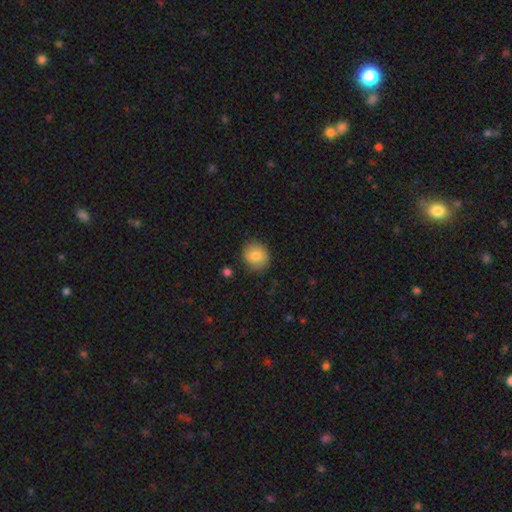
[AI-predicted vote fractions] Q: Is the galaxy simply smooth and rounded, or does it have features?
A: smooth — 80%.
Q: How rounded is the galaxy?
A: round — 81%.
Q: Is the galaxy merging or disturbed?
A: none — 80%.